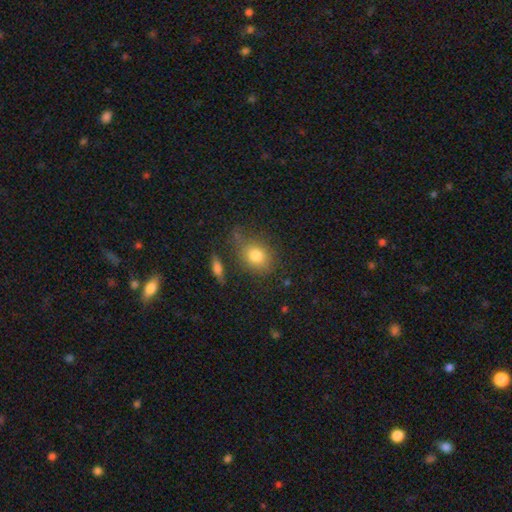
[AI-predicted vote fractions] The model was most divided on "how rounded": in between: 56%, round: 42%, cigar-shaped: 2%. More confident: smooth or featured — smooth (79%); merging — none (68%).